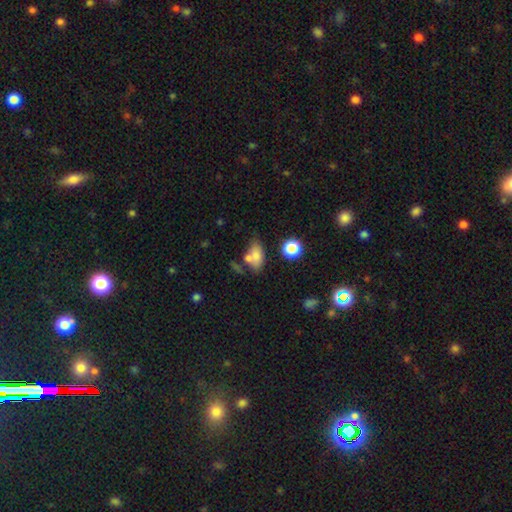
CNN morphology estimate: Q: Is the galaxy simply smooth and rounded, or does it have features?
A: smooth — 74%.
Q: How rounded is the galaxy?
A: in between — 83%.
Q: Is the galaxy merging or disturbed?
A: none — 47%.